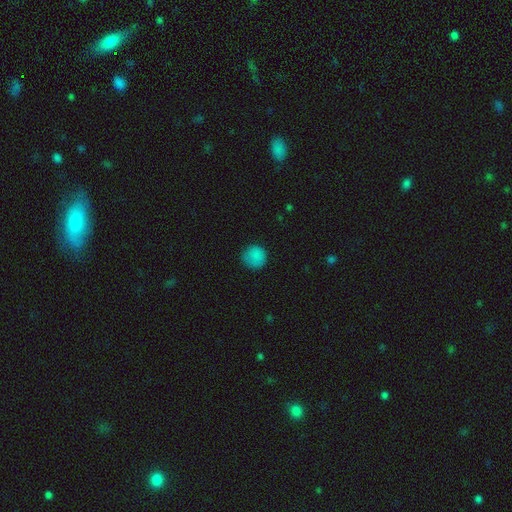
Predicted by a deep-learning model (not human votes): Smooth or featured? Predicted: smooth (p=0.85). How rounded? Predicted: round (p=0.92). Merging? Predicted: none (p=0.82).